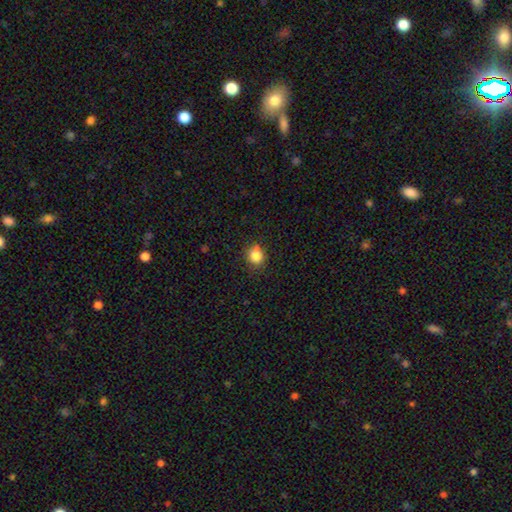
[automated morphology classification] A smooth galaxy with no disk features (84%) that is round (77%).

Vote fractions:
- Smooth or featured? smooth: 84% / star or artifact: 11% / featured or disk: 5%
- How rounded? round: 77% / in between: 22% / cigar-shaped: 1%
- Merging? none: 83% / minor disturbance: 13% / major disturbance: 3% / merger: 1%